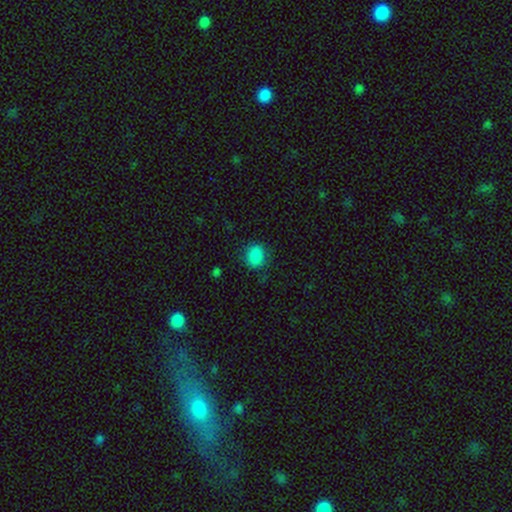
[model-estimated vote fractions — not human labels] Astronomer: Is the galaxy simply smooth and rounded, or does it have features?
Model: smooth — 86%.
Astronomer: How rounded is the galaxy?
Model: round — 55% (runner-up: in between, 44%).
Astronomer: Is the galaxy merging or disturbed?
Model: none — 78%.